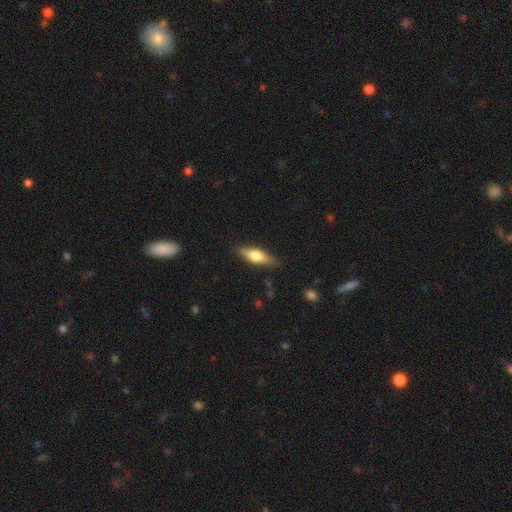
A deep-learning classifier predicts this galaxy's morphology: Smooth or featured? Predicted: smooth (p=0.55). How rounded? Predicted: in between (p=0.49). Merging? Predicted: none (p=0.85).